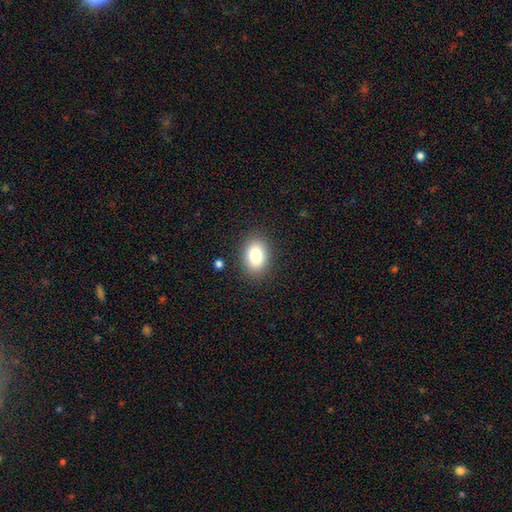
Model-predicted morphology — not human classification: Smooth or featured: smooth — 81% (star or artifact — 10%)
How rounded: in between — 74% (round — 25%)
Merging: none — 87% (minor disturbance — 9%)